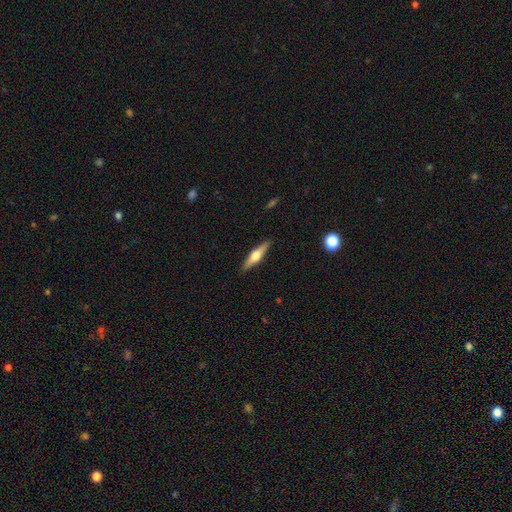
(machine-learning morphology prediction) The model was most divided on "smooth or featured": featured or disk: 62%, smooth: 33%, star or artifact: 6%. More confident: edge-on disk — yes (96%); edge-on bulge — rounded (94%); merging — none (90%).